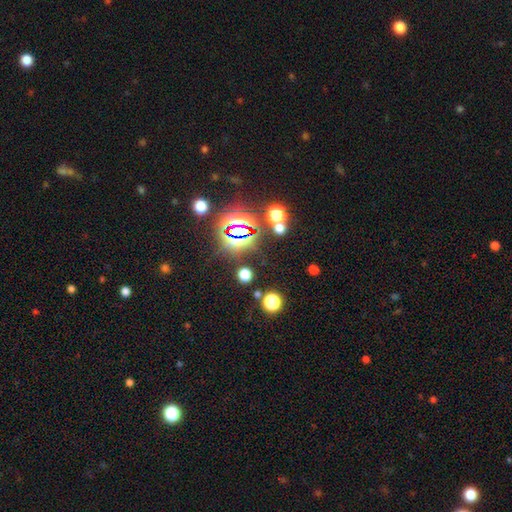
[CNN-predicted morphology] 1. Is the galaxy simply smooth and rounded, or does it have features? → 81% star or artifact, 12% smooth, 7% featured or disk.